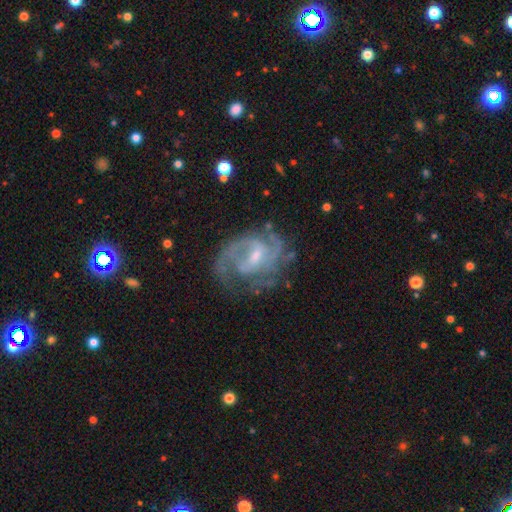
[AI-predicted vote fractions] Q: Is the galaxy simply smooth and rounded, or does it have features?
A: featured or disk — 86%.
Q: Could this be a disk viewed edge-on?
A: no — 97%.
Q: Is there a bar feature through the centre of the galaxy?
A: weak — 57%.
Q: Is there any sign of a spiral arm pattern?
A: yes — 95%.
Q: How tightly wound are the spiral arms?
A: medium — 44%.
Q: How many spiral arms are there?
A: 2 — 33%.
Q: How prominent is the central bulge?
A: small — 56%.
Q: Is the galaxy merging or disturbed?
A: none — 65%.